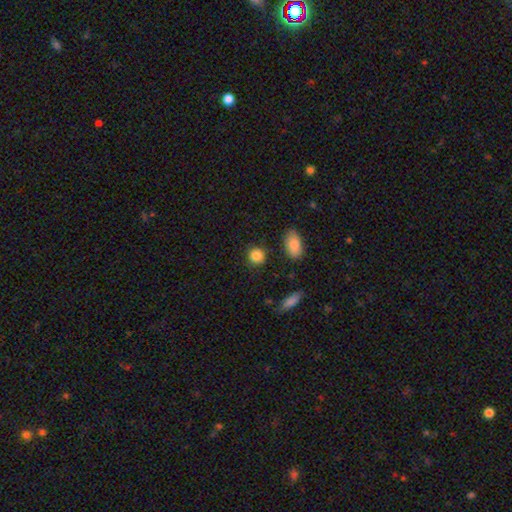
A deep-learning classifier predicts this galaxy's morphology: Smooth or featured? smooth (86%)
How rounded? round (84%)
Merging? none (86%)